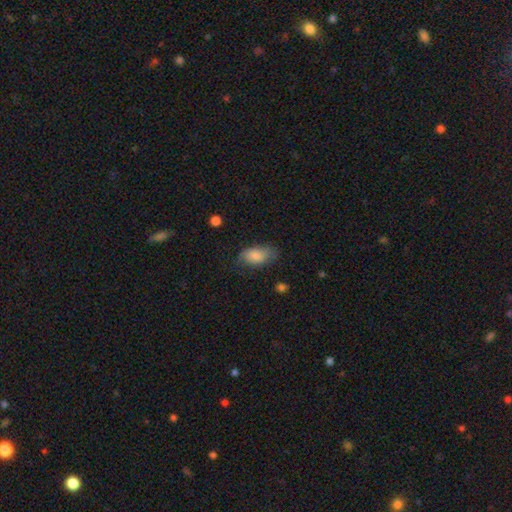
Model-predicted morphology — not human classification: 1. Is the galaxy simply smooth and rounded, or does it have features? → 83% smooth, 10% featured or disk, 7% star or artifact.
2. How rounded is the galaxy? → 92% in between, 5% round, 3% cigar-shaped.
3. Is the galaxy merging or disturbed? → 62% none, 27% minor disturbance, 9% major disturbance, 2% merger.